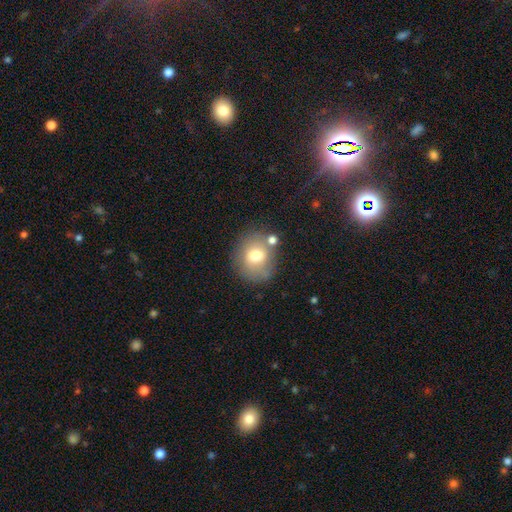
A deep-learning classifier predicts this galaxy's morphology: Smooth or featured?
  - smooth: 70% *
  - featured or disk: 20%
  - star or artifact: 10%
How rounded?
  - round: 72% *
  - in between: 27%
  - cigar-shaped: 1%
Merging?
  - none: 69% *
  - minor disturbance: 15%
  - merger: 11%
  - major disturbance: 6%